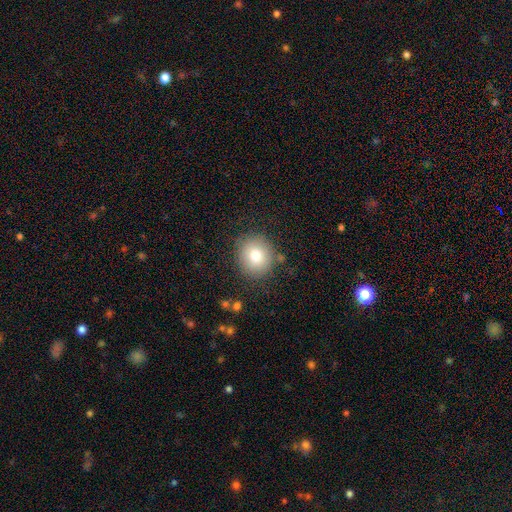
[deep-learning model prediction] Smooth or featured? Predicted: smooth (p=0.77). How rounded? Predicted: round (p=0.86). Merging? Predicted: none (p=0.84).